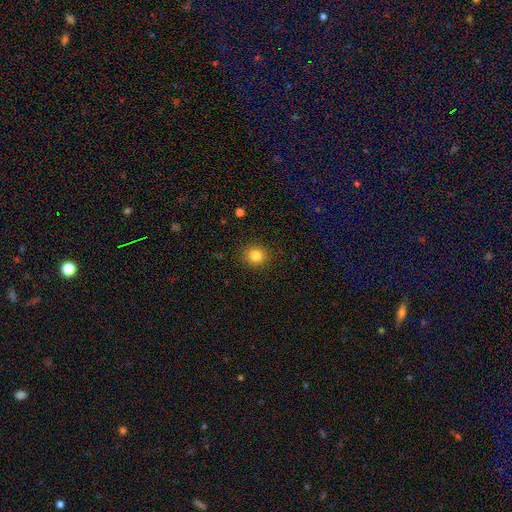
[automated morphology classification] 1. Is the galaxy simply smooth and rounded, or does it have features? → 83% smooth, 11% star or artifact, 5% featured or disk.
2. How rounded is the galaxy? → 83% round, 16% in between, 1% cigar-shaped.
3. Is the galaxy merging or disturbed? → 89% none, 7% minor disturbance, 2% major disturbance, 1% merger.